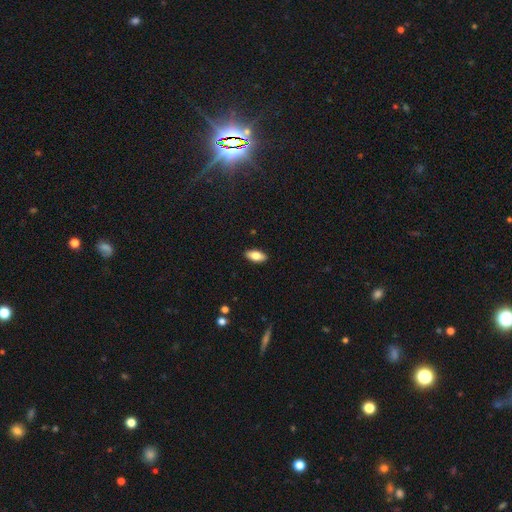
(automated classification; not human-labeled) This is likely a smooth galaxy (80%). How rounded: clearly in between (89%). Merging: clearly none (90%).